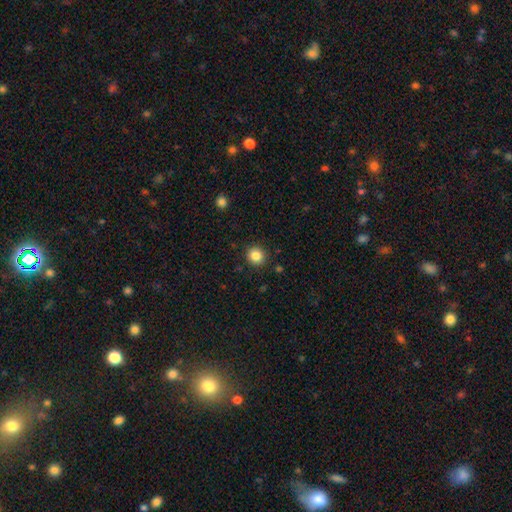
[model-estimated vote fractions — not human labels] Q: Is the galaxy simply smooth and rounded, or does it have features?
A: smooth — 85%.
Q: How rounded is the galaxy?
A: round — 91%.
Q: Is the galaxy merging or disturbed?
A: none — 91%.